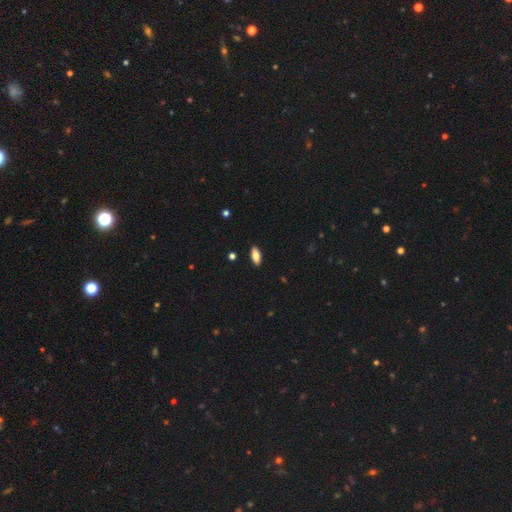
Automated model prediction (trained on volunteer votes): A smooth galaxy with no disk features (75%) that is in between round and cigar-shaped (82%).

Vote fractions:
- Smooth or featured? smooth: 75% / featured or disk: 18% / star or artifact: 7%
- How rounded? in between: 82% / cigar-shaped: 16% / round: 3%
- Merging? none: 89% / minor disturbance: 8% / major disturbance: 2% / merger: 1%